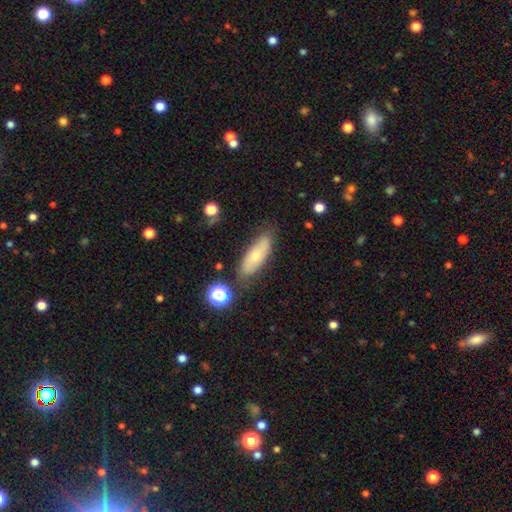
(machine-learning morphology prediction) Smooth or featured?
  - smooth: 58% *
  - featured or disk: 34%
  - star or artifact: 8%
How rounded?
  - in between: 59% *
  - cigar-shaped: 38%
  - round: 3%
Merging?
  - none: 77% *
  - minor disturbance: 16%
  - major disturbance: 4%
  - merger: 3%